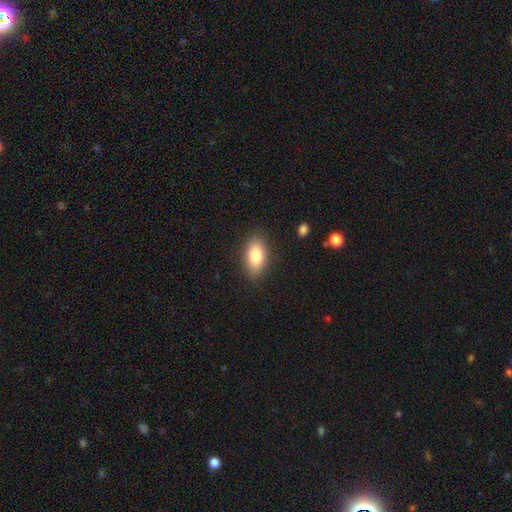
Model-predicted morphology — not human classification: smooth-or-featured: smooth: 82% | featured or disk: 11% | star or artifact: 7%
  how-rounded: in between: 91% | round: 6% | cigar-shaped: 4%
  merging: none: 87% | minor disturbance: 10% | major disturbance: 3% | merger: 1%